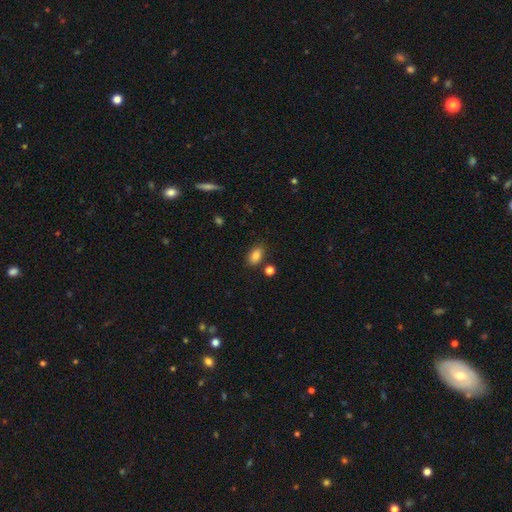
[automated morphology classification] Smooth or featured? Predicted: smooth (p=0.85). How rounded? Predicted: in between (p=0.88). Merging? Predicted: none (p=0.81).